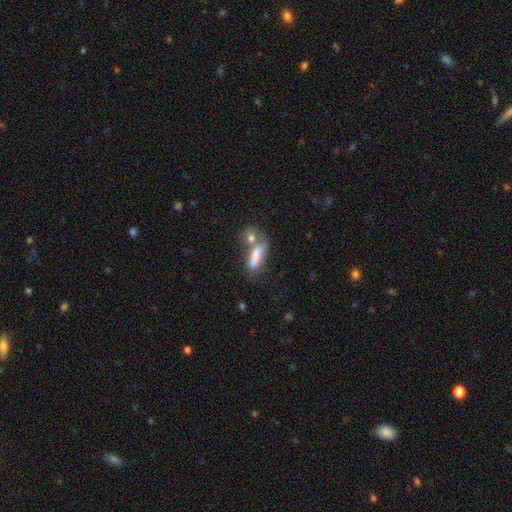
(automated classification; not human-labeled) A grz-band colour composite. It shows a smooth galaxy with no disk features (74%) that is cigar-shaped (54%). Merging: merger (41%).